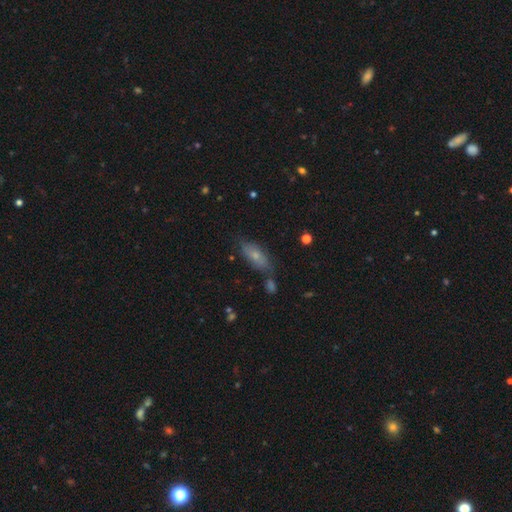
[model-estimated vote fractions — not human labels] This appears to be a smooth galaxy with no disk features (67%) that is in between round and cigar-shaped (77%). Merging: none (67%).